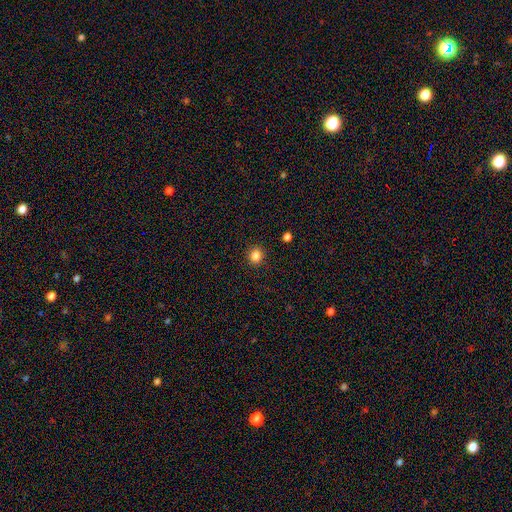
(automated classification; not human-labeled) This appears to be a smooth galaxy with no disk features (84%) that is round (88%). Merging: none (92%).